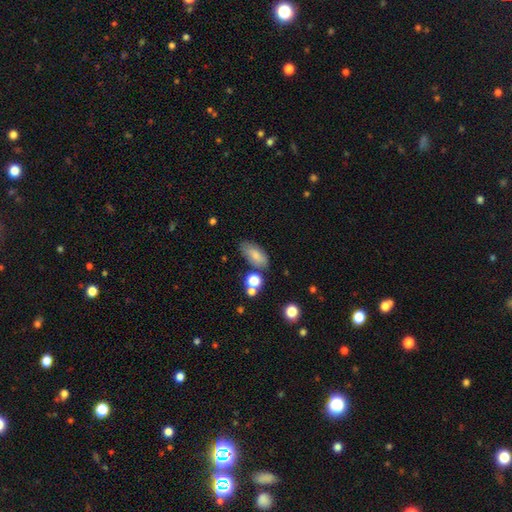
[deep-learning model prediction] This appears to be a smooth galaxy with no disk features (77%) that is in between round and cigar-shaped (87%). Merging: none (68%).